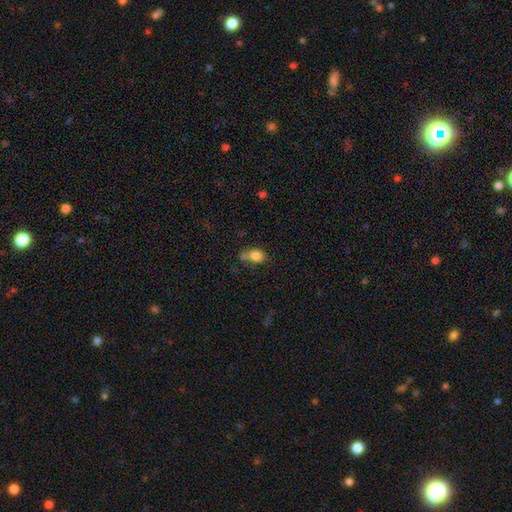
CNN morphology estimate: A smooth galaxy with no disk features (81%) that is in between round and cigar-shaped (62%). Merging: none (52%).